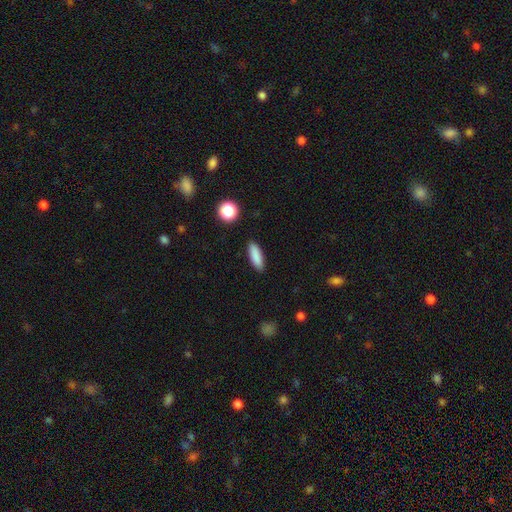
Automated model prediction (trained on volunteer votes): Smooth or featured?
  - smooth: 87% *
  - star or artifact: 7%
  - featured or disk: 6%
How rounded?
  - in between: 52% *
  - cigar-shaped: 45%
  - round: 3%
Merging?
  - none: 89% *
  - minor disturbance: 7%
  - major disturbance: 2%
  - merger: 1%